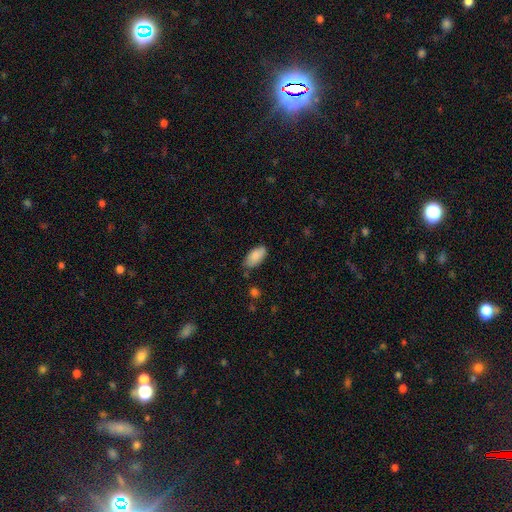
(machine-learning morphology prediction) type=smooth (88%); roundness=in between (93%); merging=none (74%).